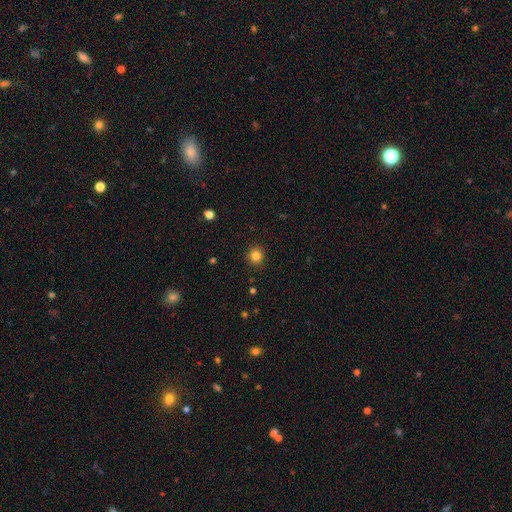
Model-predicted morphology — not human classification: Smooth or featured? Predicted: smooth (p=0.83). How rounded? Predicted: round (p=0.92). Merging? Predicted: none (p=0.91).